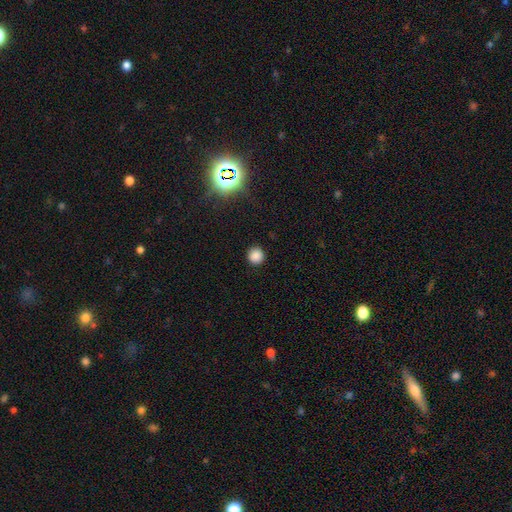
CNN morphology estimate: smooth_or_featured: smooth (p=0.86) [alt: star or artifact p=0.12]
how_rounded: round (p=0.93) [alt: in between p=0.06]
merging: none (p=0.92) [alt: minor disturbance p=0.05]